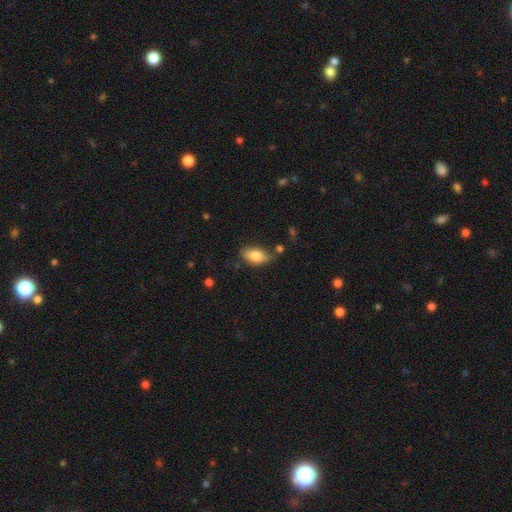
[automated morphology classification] A smooth galaxy with no disk features (82%) that is in between round and cigar-shaped (91%).

Vote fractions:
- Smooth or featured? smooth: 82% / featured or disk: 11% / star or artifact: 7%
- How rounded? in between: 91% / round: 5% / cigar-shaped: 4%
- Merging? none: 66% / minor disturbance: 23% / merger: 6% / major disturbance: 5%